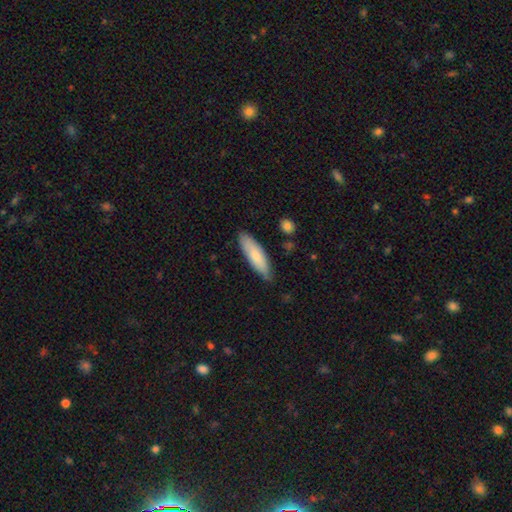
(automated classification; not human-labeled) The model was most divided on "how rounded": cigar-shaped: 54%, in between: 44%, round: 1%. More confident: merging — none (80%); smooth or featured — smooth (77%).